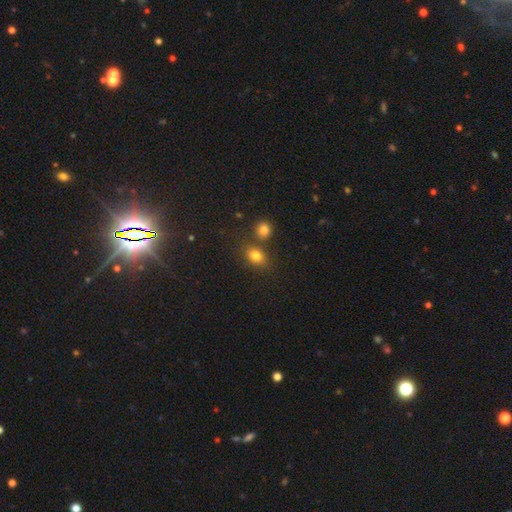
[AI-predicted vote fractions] Q: Smooth or featured?
A: smooth (79%); runner-up: star or artifact (13%)
Q: How rounded?
A: in between (61%); runner-up: round (38%)
Q: Merging?
A: none (64%); runner-up: merger (20%)